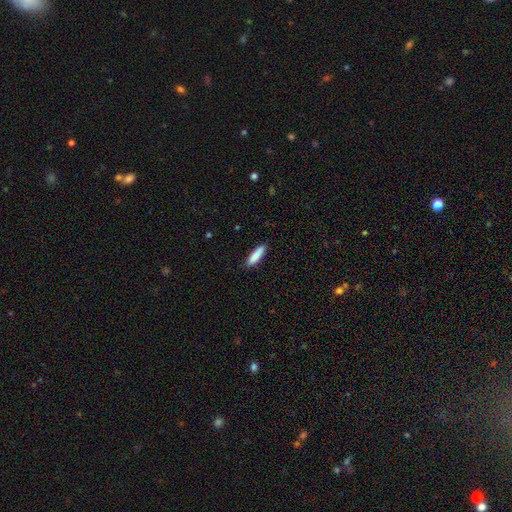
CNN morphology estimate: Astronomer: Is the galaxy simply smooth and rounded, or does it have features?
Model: smooth — 87%.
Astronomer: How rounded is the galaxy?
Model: cigar-shaped — 71%.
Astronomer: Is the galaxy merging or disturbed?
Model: none — 87%.